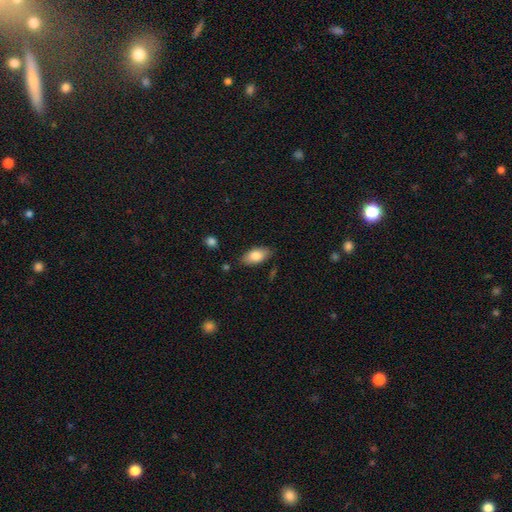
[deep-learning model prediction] A smooth galaxy with no disk features (80%) that is in between round and cigar-shaped (90%).

Vote fractions:
- Smooth or featured? smooth: 80% / featured or disk: 14% / star or artifact: 7%
- How rounded? in between: 90% / cigar-shaped: 7% / round: 3%
- Merging? none: 81% / minor disturbance: 14% / major disturbance: 3% / merger: 2%